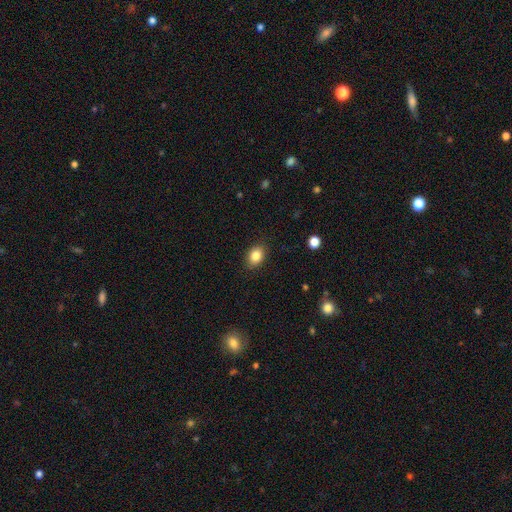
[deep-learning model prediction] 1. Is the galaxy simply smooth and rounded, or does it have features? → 85% smooth, 9% star or artifact, 6% featured or disk.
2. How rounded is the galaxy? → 73% in between, 26% round, 1% cigar-shaped.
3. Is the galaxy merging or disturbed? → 87% none, 10% minor disturbance, 2% major disturbance, 1% merger.